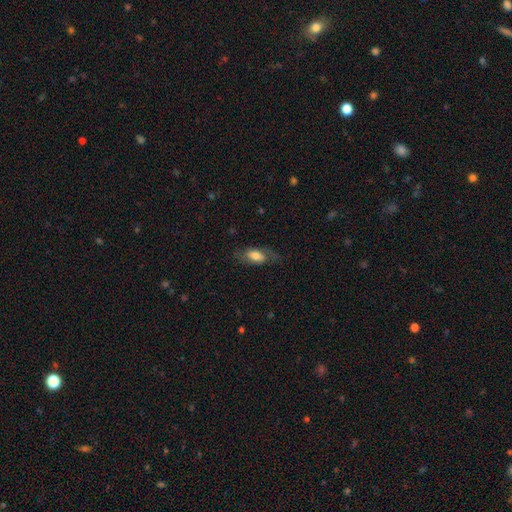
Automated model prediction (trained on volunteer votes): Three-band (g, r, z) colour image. It shows a smooth galaxy with no disk features (61%) that is in between round and cigar-shaped (84%). Merging: none (64%).